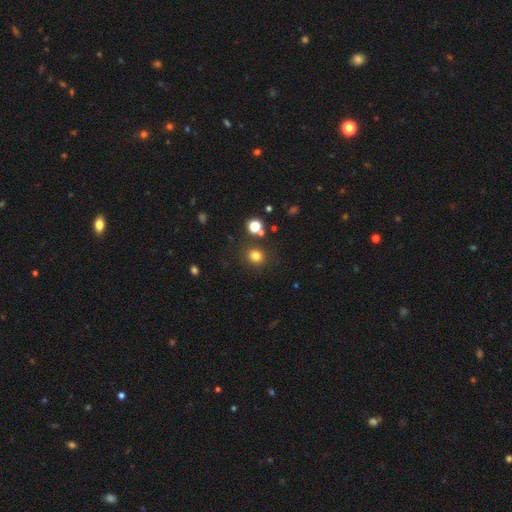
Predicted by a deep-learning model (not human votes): Q: Smooth or featured?
A: smooth (79%); runner-up: star or artifact (15%)
Q: How rounded?
A: round (83%); runner-up: in between (16%)
Q: Merging?
A: none (82%); runner-up: minor disturbance (8%)